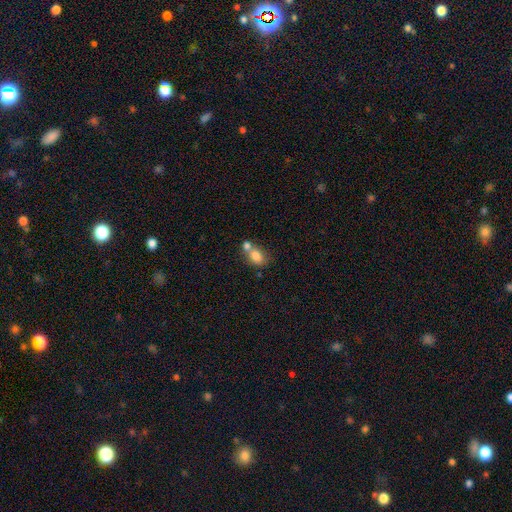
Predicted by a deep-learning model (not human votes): Smooth or featured?
  - smooth: 79% *
  - featured or disk: 12%
  - star or artifact: 9%
How rounded?
  - in between: 71% *
  - round: 28%
  - cigar-shaped: 2%
Merging?
  - merger: 46% *
  - none: 37%
  - minor disturbance: 12%
  - major disturbance: 5%